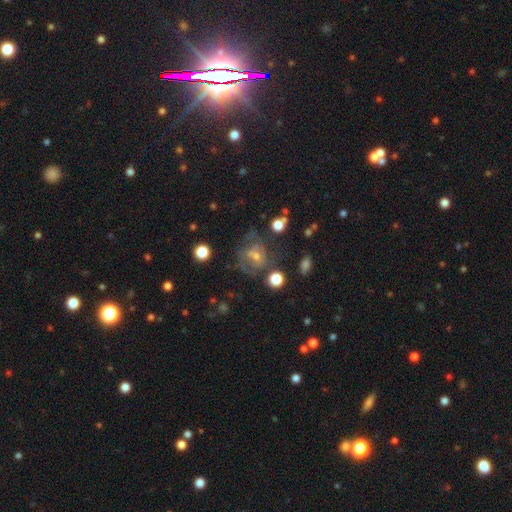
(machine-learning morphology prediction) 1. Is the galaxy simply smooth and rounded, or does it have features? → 49% featured or disk, 35% smooth, 16% star or artifact.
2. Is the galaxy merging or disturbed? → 46% none, 22% major disturbance, 21% minor disturbance, 10% merger.